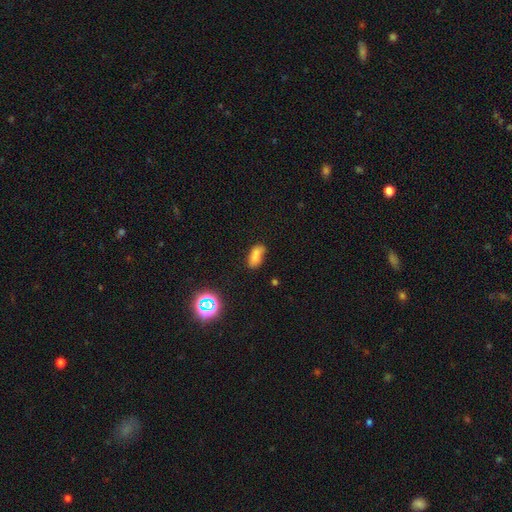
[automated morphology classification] The model was most divided on "merging": none: 50%, minor disturbance: 23%, merger: 19%, major disturbance: 8%. More confident: how rounded — in between (83%); smooth or featured — smooth (73%).